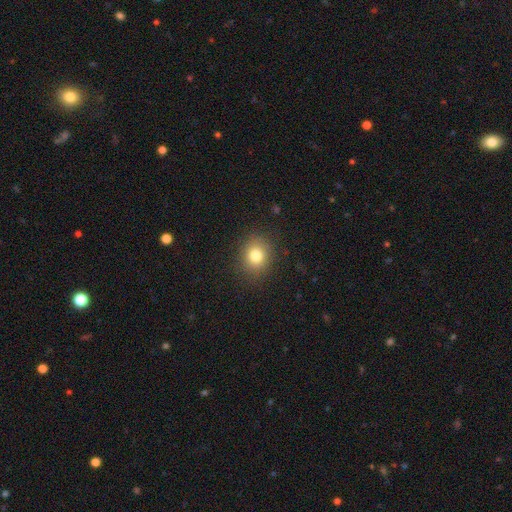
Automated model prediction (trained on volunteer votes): Q: Smooth or featured?
A: smooth (79%); runner-up: star or artifact (12%)
Q: How rounded?
A: round (67%); runner-up: in between (32%)
Q: Merging?
A: none (87%); runner-up: minor disturbance (9%)